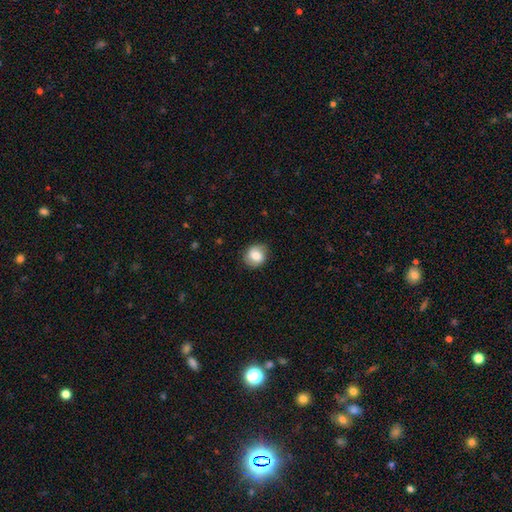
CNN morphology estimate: Smooth or featured?
  - smooth: 78% *
  - featured or disk: 14%
  - star or artifact: 8%
How rounded?
  - round: 73% *
  - in between: 26%
  - cigar-shaped: 1%
Merging?
  - none: 81% *
  - minor disturbance: 14%
  - major disturbance: 4%
  - merger: 1%